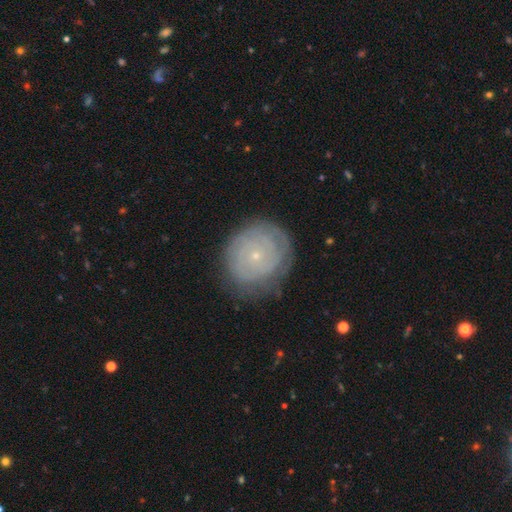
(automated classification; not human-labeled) This is likely a featured or disk galaxy (63%). It is clearly not viewed edge-on (97%). Bar: clearly no (89%). Spiral arm pattern: likely yes (76%). Central bulge: clearly small (88%). Merging: likely none (77%).